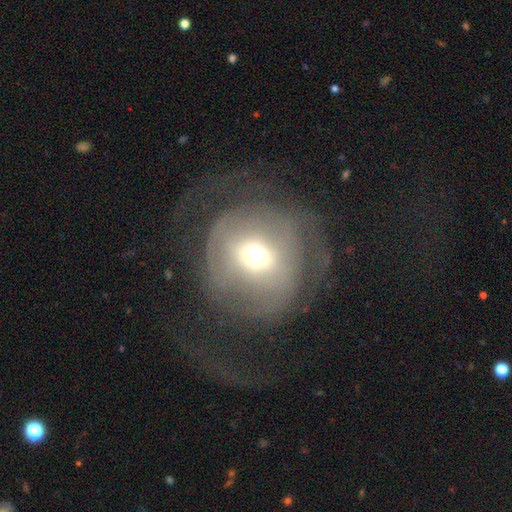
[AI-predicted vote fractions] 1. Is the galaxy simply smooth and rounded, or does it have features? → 51% featured or disk, 38% smooth, 11% star or artifact.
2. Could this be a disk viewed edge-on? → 95% no, 5% yes.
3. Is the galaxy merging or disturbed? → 43% none, 38% major disturbance, 17% minor disturbance, 2% merger.